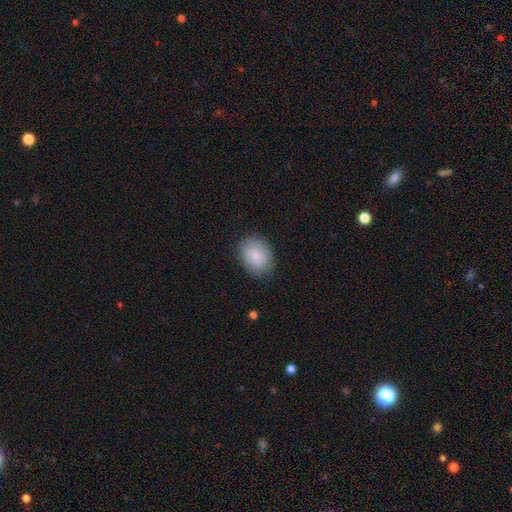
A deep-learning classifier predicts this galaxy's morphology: Smooth or featured? smooth (81%)
How rounded? in between (61%)
Merging? none (82%)